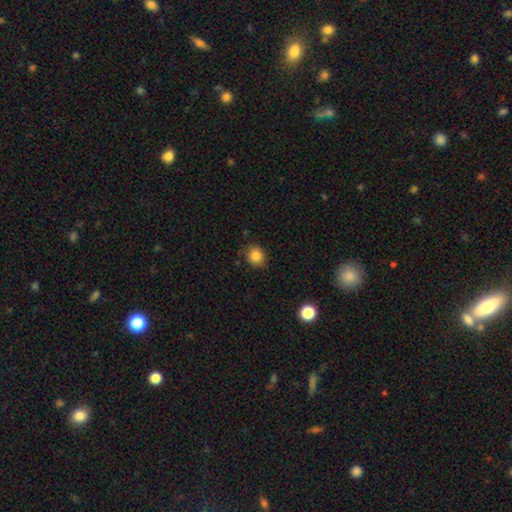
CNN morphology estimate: smooth 84%, star or artifact 10%, featured or disk 5%. Down the decision tree: how rounded — round (75%); merging — none (82%).